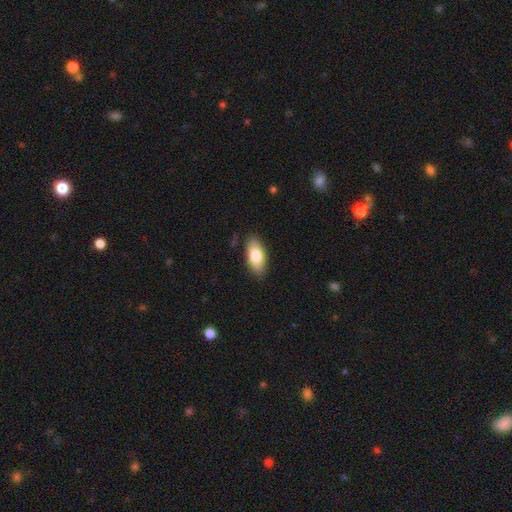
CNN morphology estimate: smooth 79%, featured or disk 15%, star or artifact 6%. Down the decision tree: how rounded — in between (91%); merging — none (86%).